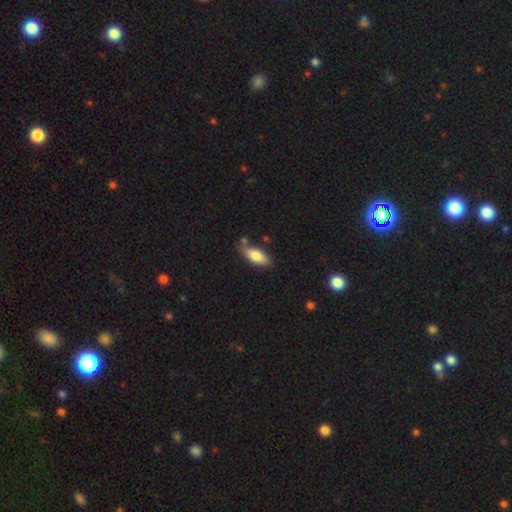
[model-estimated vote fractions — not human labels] The model was most divided on "smooth or featured": smooth: 74%, featured or disk: 20%, star or artifact: 6%. More confident: how rounded — in between (78%); merging — none (73%).